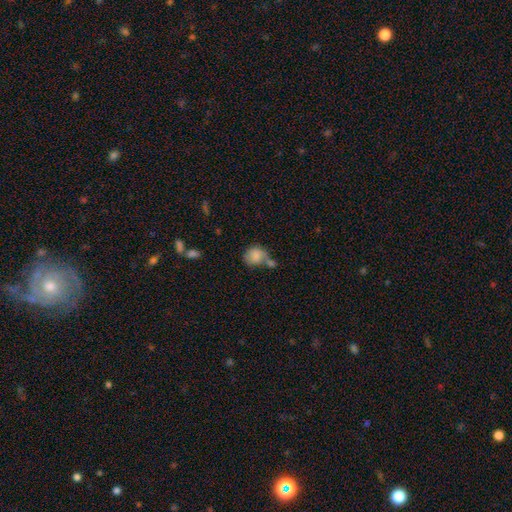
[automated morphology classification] Q: Smooth or featured?
A: smooth (77%); runner-up: featured or disk (15%)
Q: How rounded?
A: round (65%); runner-up: in between (34%)
Q: Merging?
A: merger (38%); runner-up: none (32%)